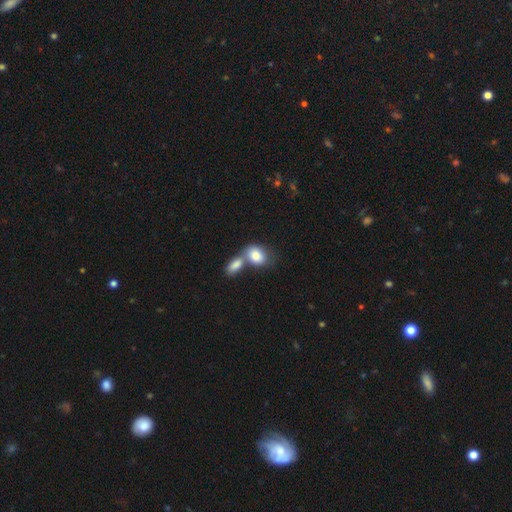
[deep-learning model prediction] smooth 82%, featured or disk 11%, star or artifact 7%. Down the decision tree: how rounded — in between (74%); merging — merger (59%).